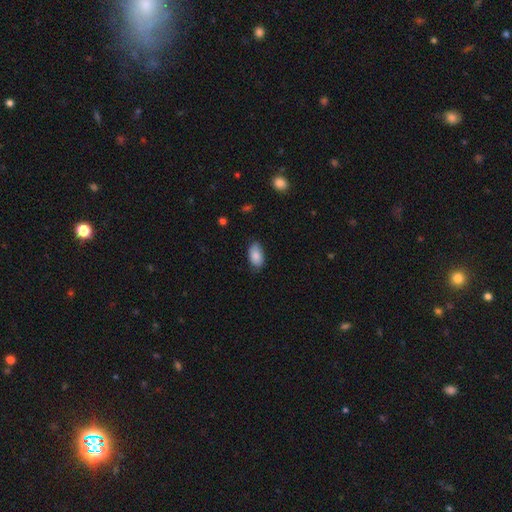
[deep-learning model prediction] Q: Smooth or featured?
A: smooth (88%); runner-up: star or artifact (7%)
Q: How rounded?
A: in between (94%); runner-up: round (4%)
Q: Merging?
A: none (78%); runner-up: minor disturbance (18%)